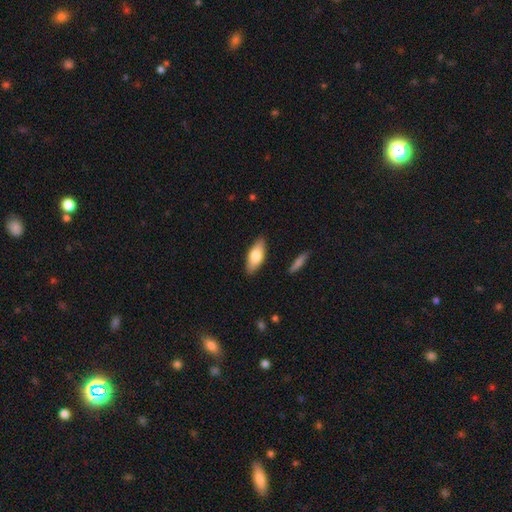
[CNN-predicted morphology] Overall: smooth (73%). How rounded: in between (78%). Merging: none (87%).